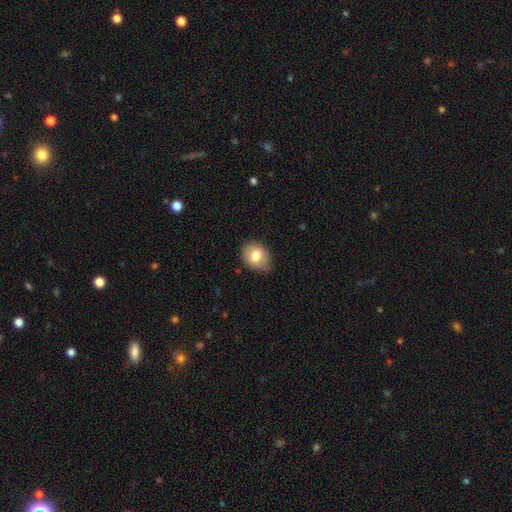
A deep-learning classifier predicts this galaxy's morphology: Smooth or featured? Predicted: smooth (p=0.76). How rounded? Predicted: in between (p=0.62). Merging? Predicted: none (p=0.68).